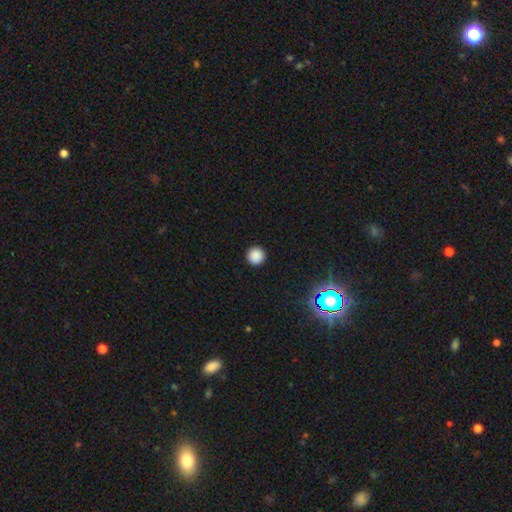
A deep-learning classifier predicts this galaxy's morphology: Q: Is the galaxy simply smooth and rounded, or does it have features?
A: smooth — 86%.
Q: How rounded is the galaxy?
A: round — 96%.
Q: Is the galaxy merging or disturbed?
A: none — 93%.